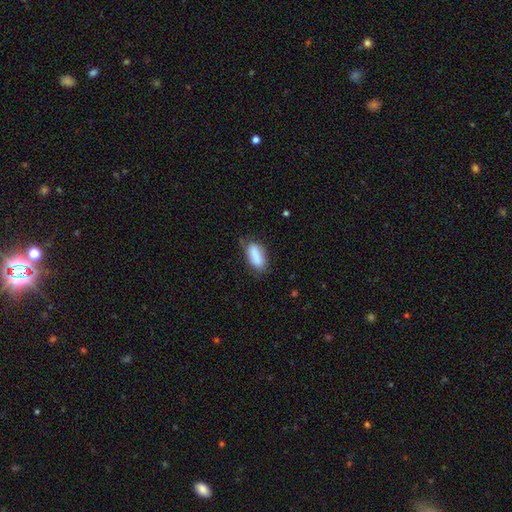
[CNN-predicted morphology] Smooth or featured? Predicted: smooth (p=0.86). How rounded? Predicted: in between (p=0.81). Merging? Predicted: none (p=0.67).